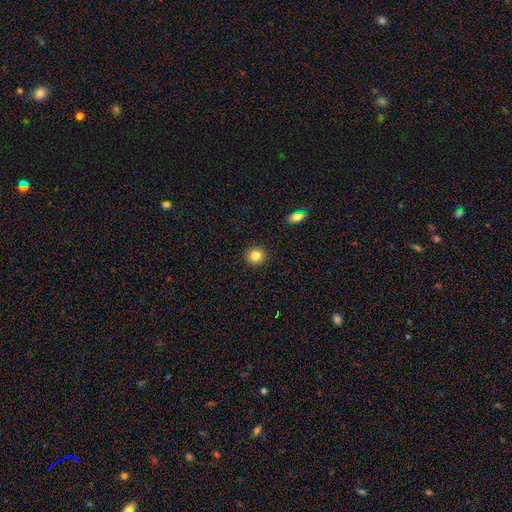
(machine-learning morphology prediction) A smooth galaxy with no disk features (83%) that is round (94%).

Vote fractions:
- Smooth or featured? smooth: 83% / star or artifact: 11% / featured or disk: 6%
- How rounded? round: 94% / in between: 5% / cigar-shaped: 1%
- Merging? none: 92% / minor disturbance: 5% / major disturbance: 2% / merger: 1%